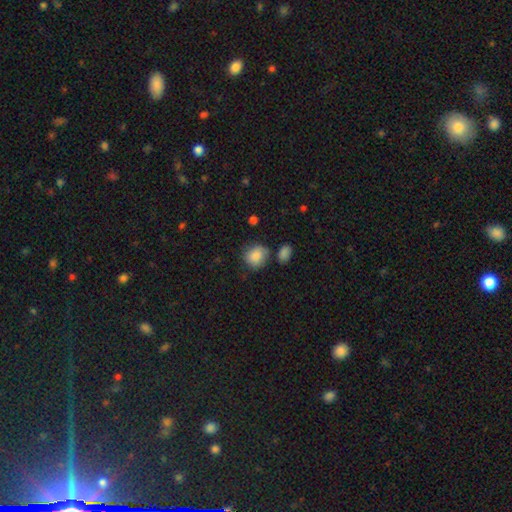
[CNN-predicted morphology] type=smooth (86%); roundness=round (71%); merging=none (66%).